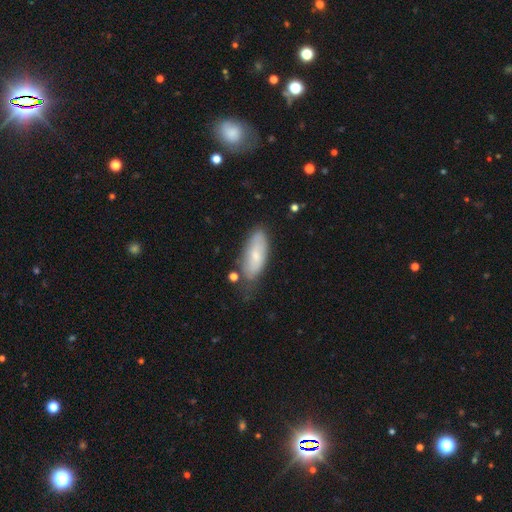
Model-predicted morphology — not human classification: Overall: smooth (68%). How rounded: in between (77%). Merging: none (59%; minor disturbance 29%).